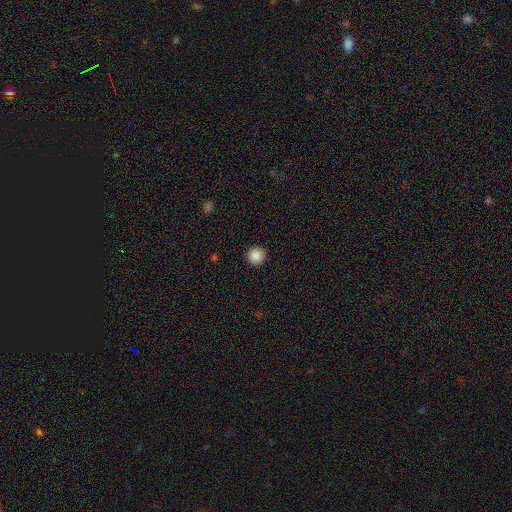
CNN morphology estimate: The model was most divided on "smooth or featured": smooth: 88%, star or artifact: 9%, featured or disk: 3%. More confident: how rounded — round (96%); merging — none (93%).